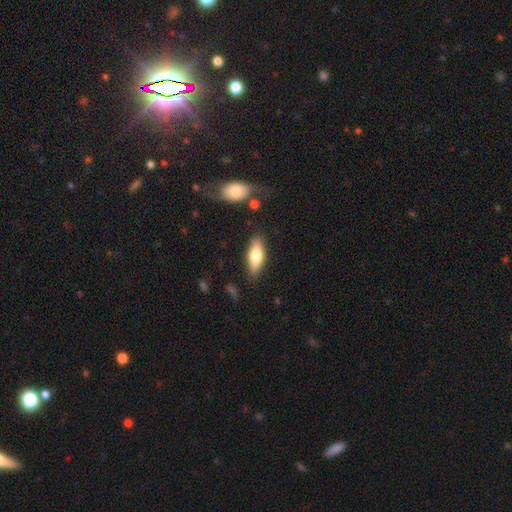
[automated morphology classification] type=smooth (71%); roundness=in between (67%); merging=none (82%).